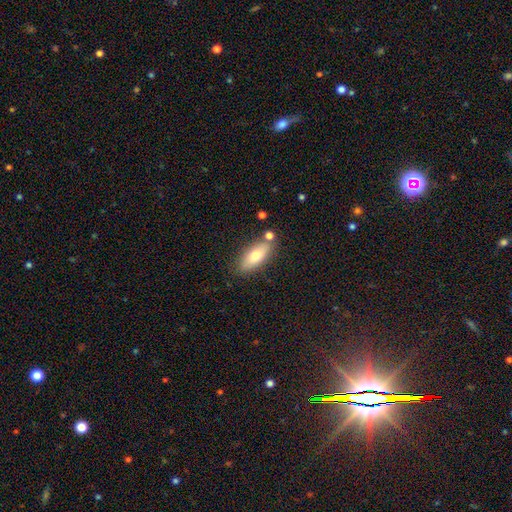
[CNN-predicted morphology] The model was most divided on "smooth or featured": smooth: 72%, featured or disk: 21%, star or artifact: 7%. More confident: merging — none (77%); how rounded — in between (75%).